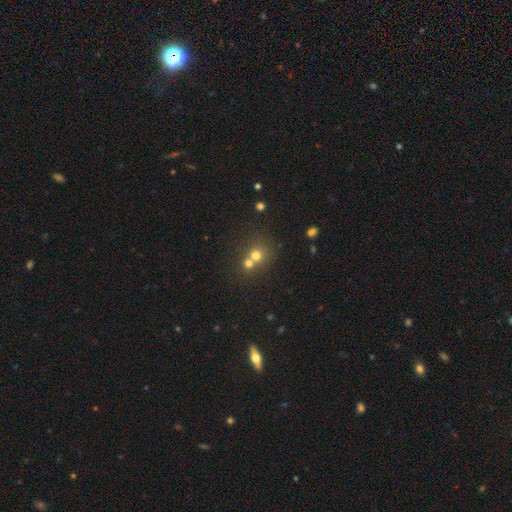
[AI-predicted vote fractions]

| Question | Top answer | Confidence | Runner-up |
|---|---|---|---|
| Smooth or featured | smooth | 69% | star or artifact (17%) |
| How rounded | round | 84% | in between (15%) |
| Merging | merger | 50% | none (42%) |